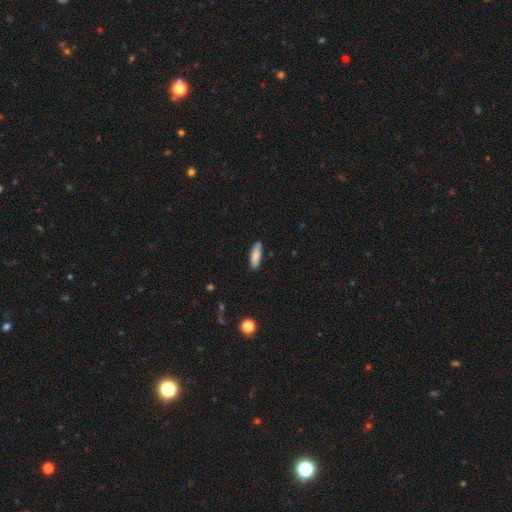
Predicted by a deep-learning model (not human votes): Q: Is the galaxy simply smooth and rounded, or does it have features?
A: smooth — 84%.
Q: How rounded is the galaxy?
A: cigar-shaped — 50%.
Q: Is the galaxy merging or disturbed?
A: none — 85%.